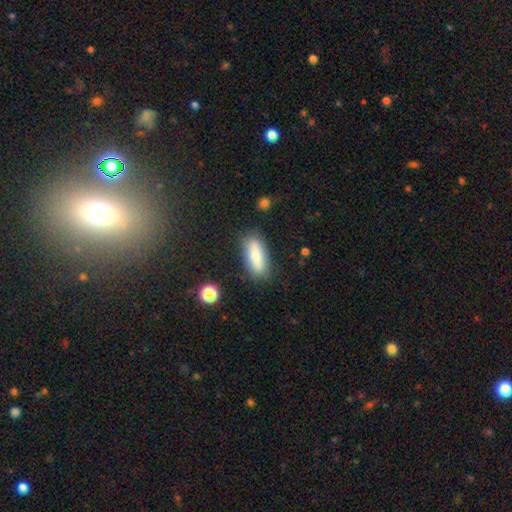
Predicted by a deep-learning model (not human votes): Smooth or featured?
  - smooth: 70% *
  - featured or disk: 23%
  - star or artifact: 7%
How rounded?
  - in between: 70% *
  - cigar-shaped: 27%
  - round: 3%
Merging?
  - none: 79% *
  - minor disturbance: 15%
  - major disturbance: 4%
  - merger: 3%